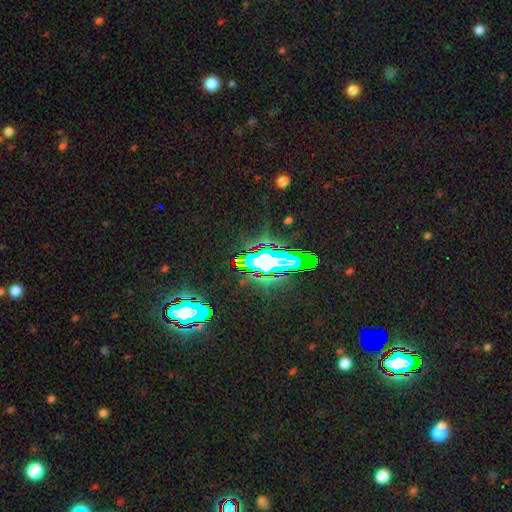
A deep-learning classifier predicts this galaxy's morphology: The model was most divided on "smooth or featured": star or artifact: 65%, smooth: 18%, featured or disk: 17%.